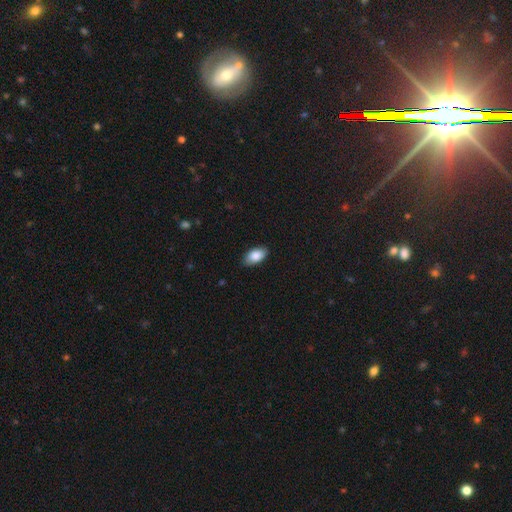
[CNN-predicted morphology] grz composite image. It shows a smooth galaxy with no disk features (87%) that is in between round and cigar-shaped (94%). Merging: none (86%).